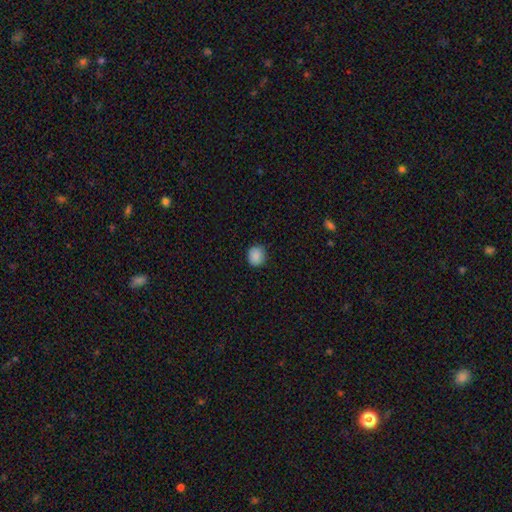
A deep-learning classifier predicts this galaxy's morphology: The model was most divided on "how rounded": round: 80%, in between: 19%, cigar-shaped: 1%. More confident: merging — none (87%); smooth or featured — smooth (87%).